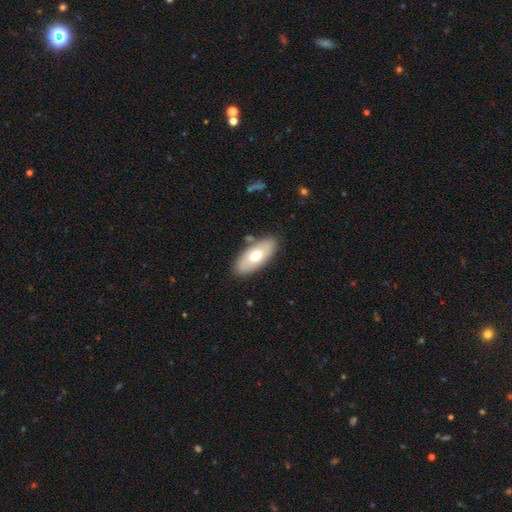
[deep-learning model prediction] Morphology: type=smooth (64%); roundness=in between (88%); merging=none (82%).